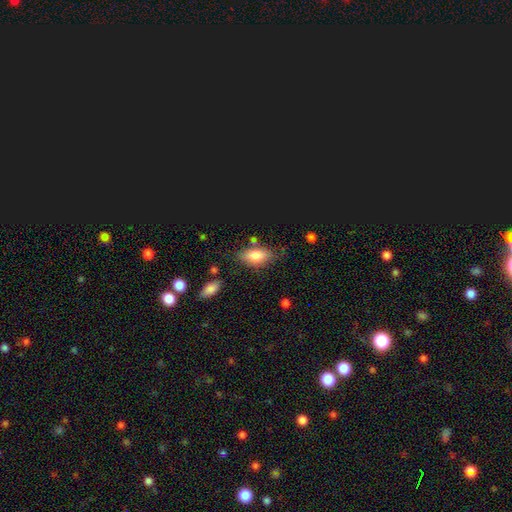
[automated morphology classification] smooth-or-featured: smooth: 77% | featured or disk: 14% | star or artifact: 9%
  how-rounded: in between: 86% | cigar-shaped: 10% | round: 4%
  merging: none: 72% | minor disturbance: 18% | merger: 5% | major disturbance: 4%